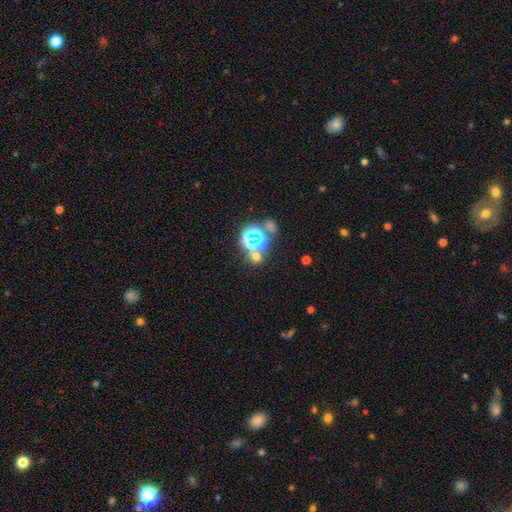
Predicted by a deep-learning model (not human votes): Smooth or featured?
  - smooth: 49% *
  - star or artifact: 43%
  - featured or disk: 8%
Merging?
  - none: 68% *
  - merger: 19%
  - minor disturbance: 8%
  - major disturbance: 5%